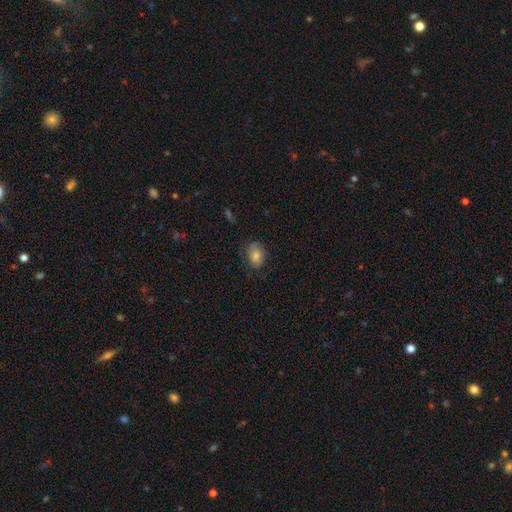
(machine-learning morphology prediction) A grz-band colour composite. It shows a smooth galaxy with no disk features (69%) that is in between round and cigar-shaped (73%). Merging: none (72%).